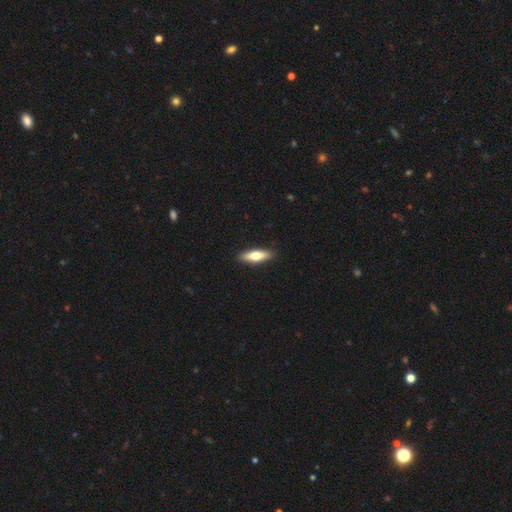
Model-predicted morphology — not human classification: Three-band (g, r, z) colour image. It shows a smooth galaxy with no disk features (59%) that is cigar-shaped (58%). Merging: none (91%).